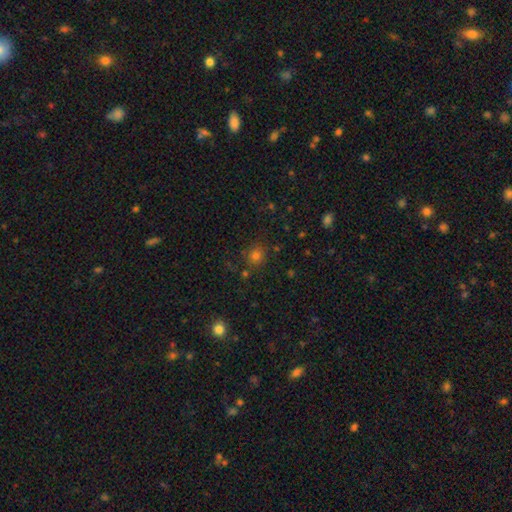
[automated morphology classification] type=smooth (72%); roundness=round (88%); merging=none (82%).